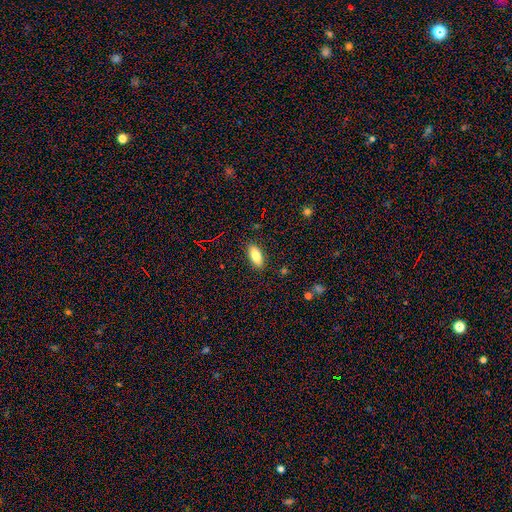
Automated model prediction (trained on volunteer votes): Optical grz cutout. It shows a smooth galaxy with no disk features (80%) that is in between round and cigar-shaped (83%). Merging: none (88%).